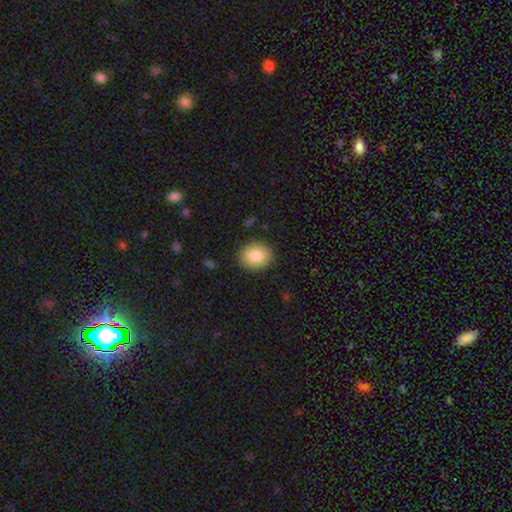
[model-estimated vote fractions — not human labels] smooth-or-featured: smooth: 83% | featured or disk: 9% | star or artifact: 8%
  how-rounded: round: 62% | in between: 37% | cigar-shaped: 1%
  merging: none: 88% | minor disturbance: 9% | major disturbance: 2% | merger: 1%